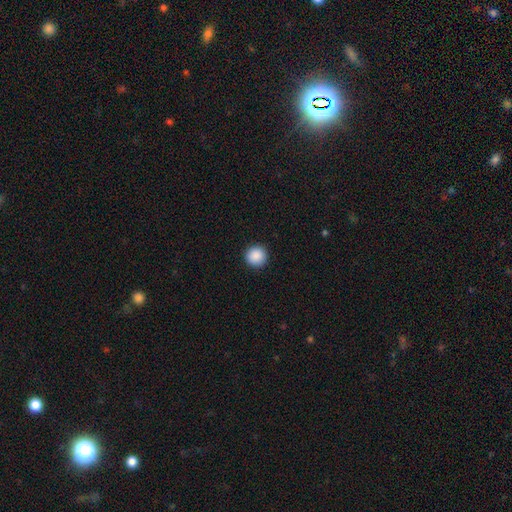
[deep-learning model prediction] This appears to be a smooth galaxy with no disk features (89%) that is round (95%). Merging: none (93%).